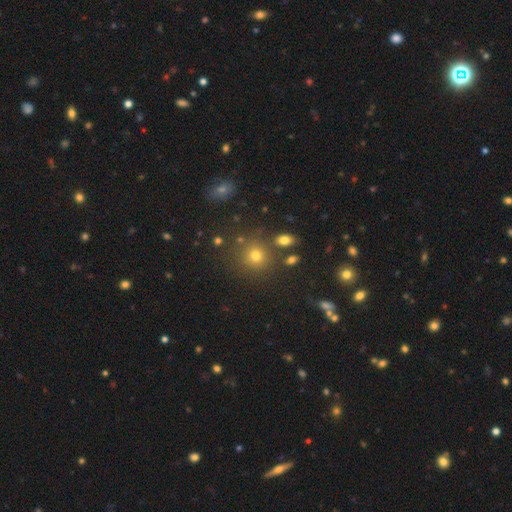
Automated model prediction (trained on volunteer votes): A smooth galaxy with no disk features (69%) that is round (89%).

Vote fractions:
- Smooth or featured? smooth: 69% / star or artifact: 22% / featured or disk: 9%
- How rounded? round: 89% / in between: 10% / cigar-shaped: 1%
- Merging? none: 79% / minor disturbance: 9% / merger: 8% / major disturbance: 4%